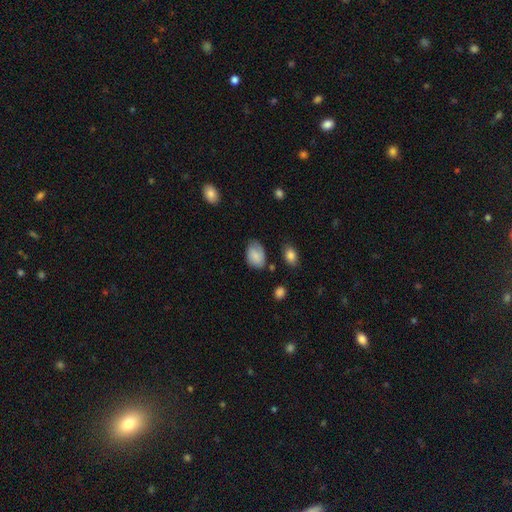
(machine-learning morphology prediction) Smooth or featured? Predicted: smooth (p=0.79). How rounded? Predicted: in between (p=0.83). Merging? Predicted: none (p=0.64).